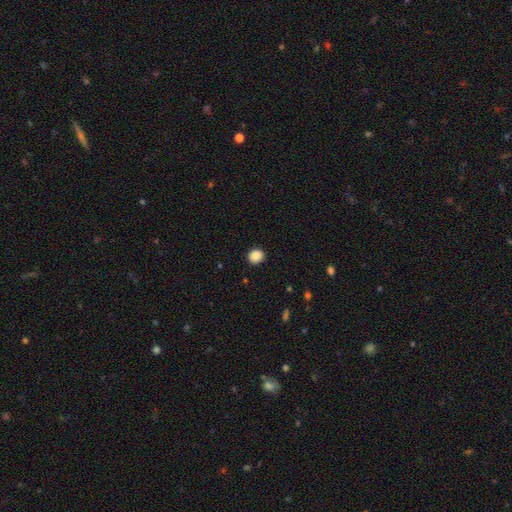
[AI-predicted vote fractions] Smooth or featured: smooth — 89% (star or artifact — 9%)
How rounded: round — 79% (in between — 20%)
Merging: none — 90% (minor disturbance — 7%)